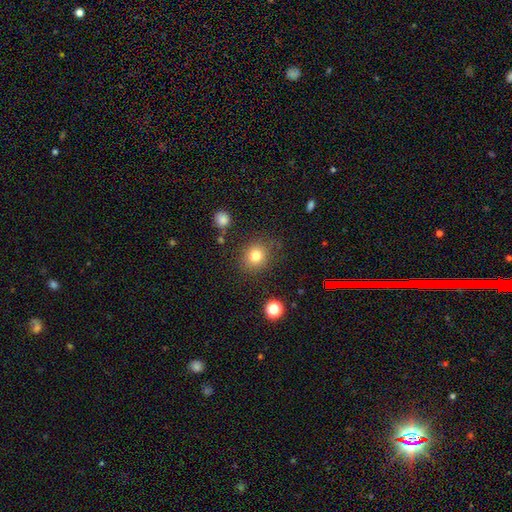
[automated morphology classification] Overall: smooth (81%). How rounded: round (76%). Merging: none (81%).